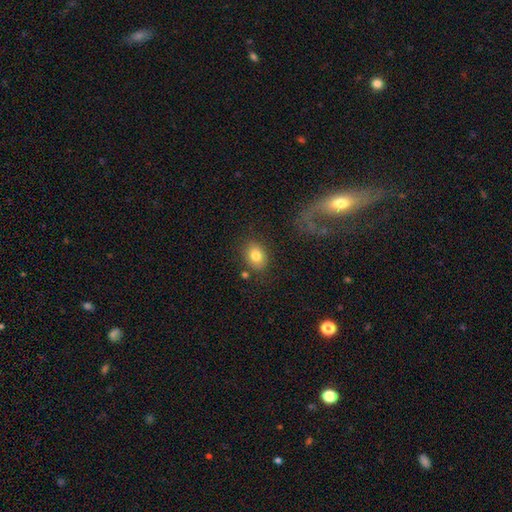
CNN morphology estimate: Smooth or featured? Predicted: smooth (p=0.81). How rounded? Predicted: in between (p=0.62). Merging? Predicted: none (p=0.79).